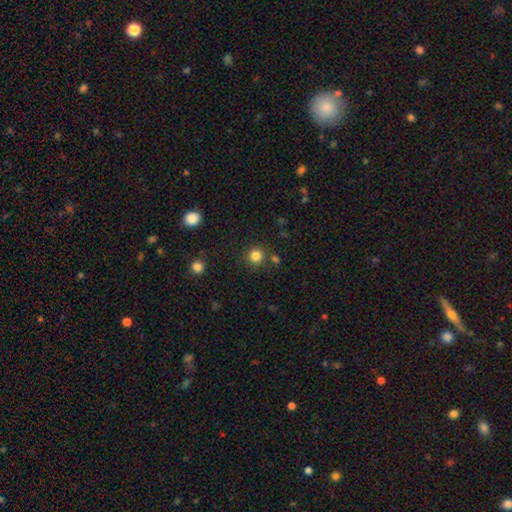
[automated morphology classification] Smooth or featured? Predicted: smooth (p=0.83). How rounded? Predicted: round (p=0.93). Merging? Predicted: none (p=0.83).